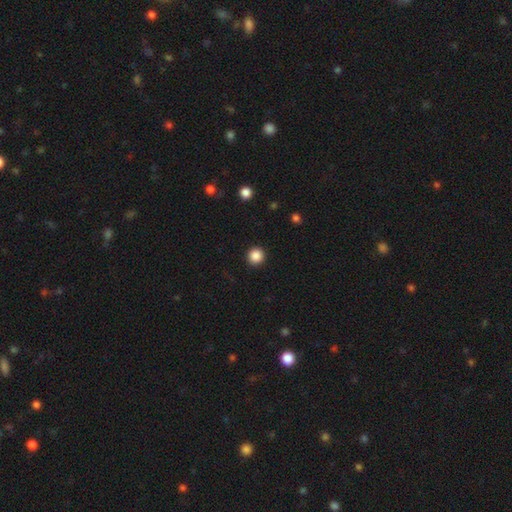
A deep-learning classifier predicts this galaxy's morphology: Smooth or featured?
  - smooth: 87% *
  - star or artifact: 10%
  - featured or disk: 3%
How rounded?
  - round: 95% *
  - in between: 4%
  - cigar-shaped: 1%
Merging?
  - none: 93% *
  - minor disturbance: 4%
  - major disturbance: 2%
  - merger: 1%